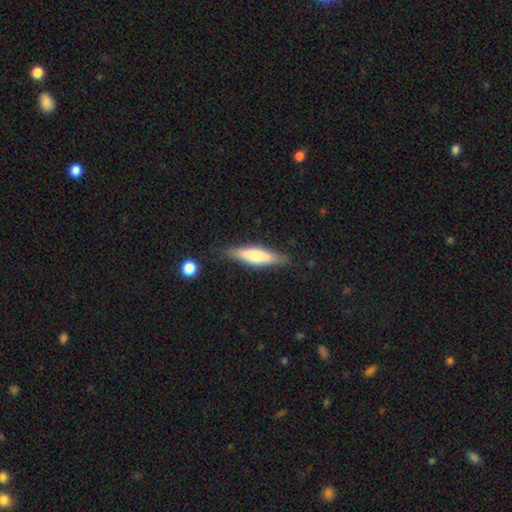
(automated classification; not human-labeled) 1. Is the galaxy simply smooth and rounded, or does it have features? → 58% smooth, 36% featured or disk, 6% star or artifact.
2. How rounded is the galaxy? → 70% cigar-shaped, 28% in between, 2% round.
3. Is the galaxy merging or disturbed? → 82% none, 13% minor disturbance, 3% major disturbance, 2% merger.